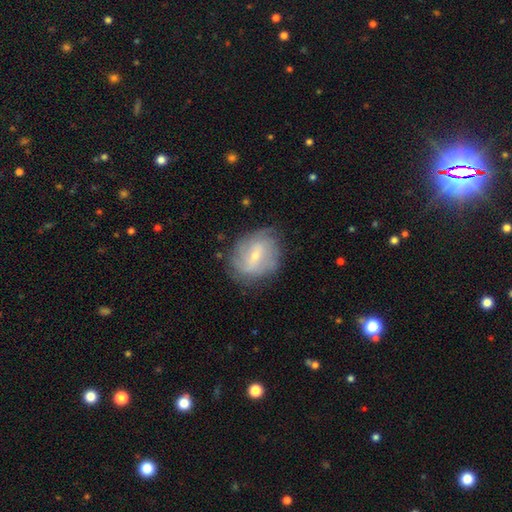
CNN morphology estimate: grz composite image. It shows a featured or disk galaxy (66%) with a weak bar (51%), tight (44%) spiral arms (80%) and a small central bulge (68%). Merging: none (72%).